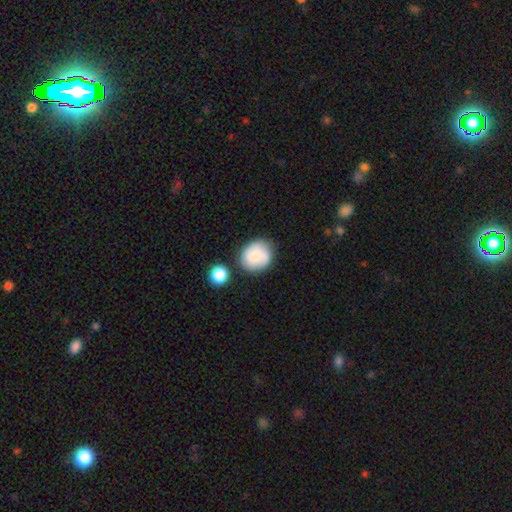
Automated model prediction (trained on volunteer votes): Smooth or featured?
  - smooth: 66% *
  - featured or disk: 26%
  - star or artifact: 8%
How rounded?
  - round: 75% *
  - in between: 24%
  - cigar-shaped: 1%
Merging?
  - none: 67% *
  - minor disturbance: 16%
  - merger: 12%
  - major disturbance: 5%